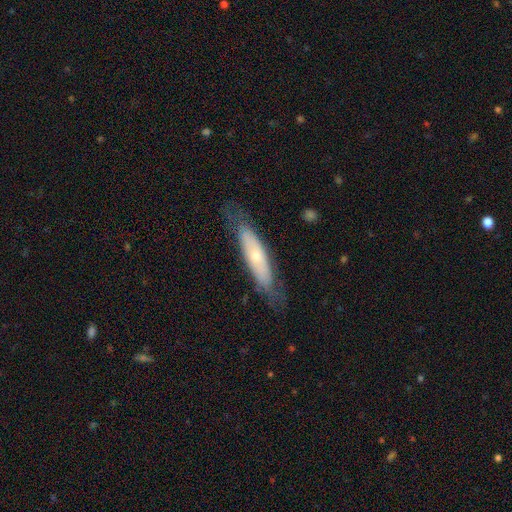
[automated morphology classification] A featured or disk galaxy (52%). Merging: none (72%).